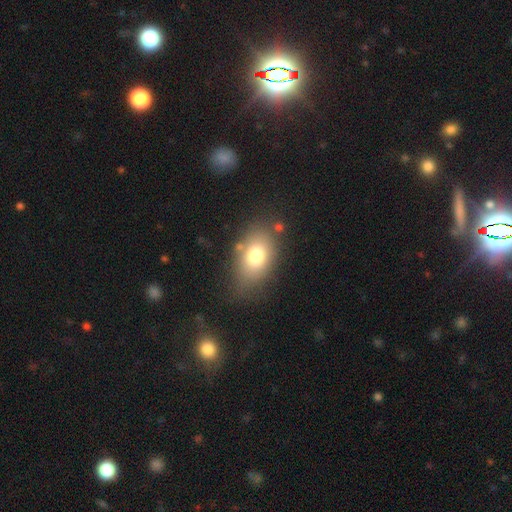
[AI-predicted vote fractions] smooth_or_featured: smooth (p=0.75) [alt: featured or disk p=0.15]
how_rounded: in between (p=0.81) [alt: round p=0.17]
merging: none (p=0.71) [alt: minor disturbance p=0.17]